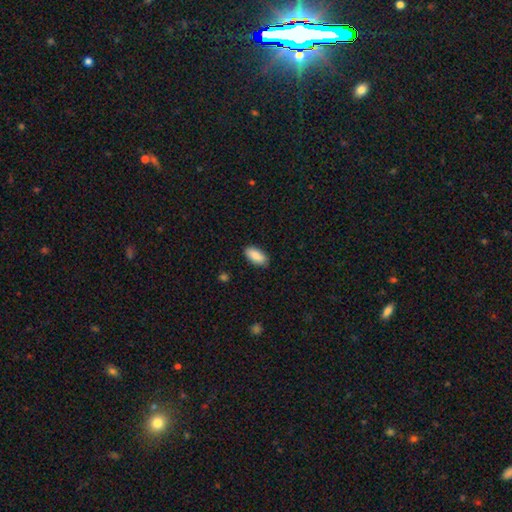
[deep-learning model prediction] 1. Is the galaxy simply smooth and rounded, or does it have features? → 88% smooth, 6% star or artifact, 5% featured or disk.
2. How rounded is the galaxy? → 91% in between, 7% cigar-shaped, 2% round.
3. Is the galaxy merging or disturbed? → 87% none, 10% minor disturbance, 2% major disturbance, 1% merger.